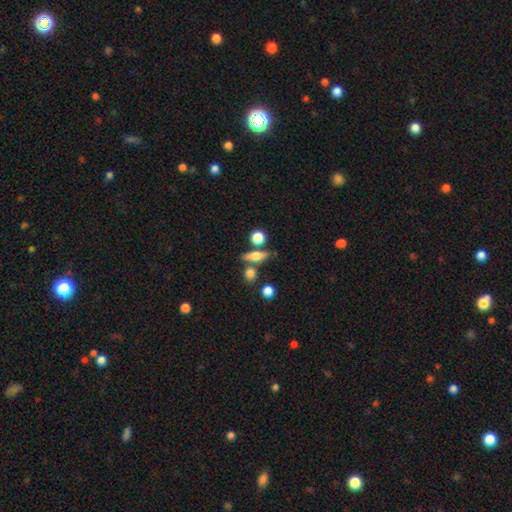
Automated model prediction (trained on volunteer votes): A smooth galaxy with no disk features (51%) that is in between round and cigar-shaped (41%).

Vote fractions:
- Smooth or featured? smooth: 51% / featured or disk: 39% / star or artifact: 10%
- How rounded? in between: 41% / cigar-shaped: 40% / round: 19%
- Merging? none: 70% / merger: 14% / minor disturbance: 12% / major disturbance: 4%